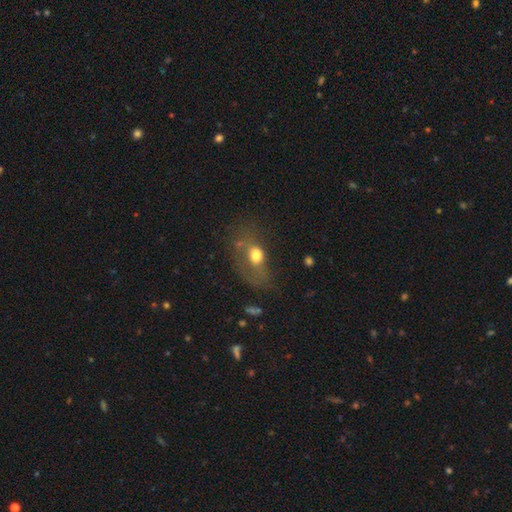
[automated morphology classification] Smooth or featured: smooth — 65% (featured or disk — 23%)
How rounded: in between — 66% (round — 31%)
Merging: major disturbance — 37% (none — 34%)